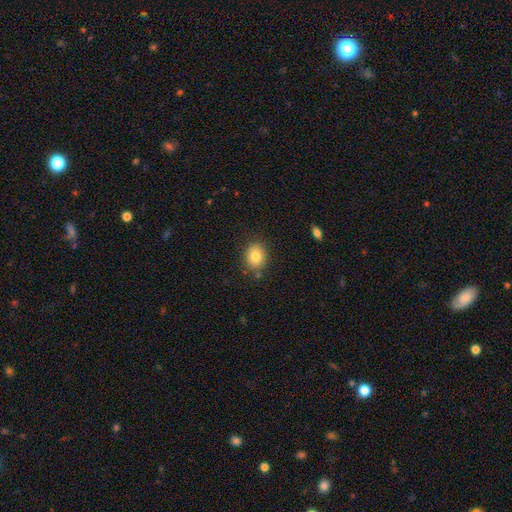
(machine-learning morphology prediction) smooth 83%, star or artifact 9%, featured or disk 8%. Down the decision tree: how rounded — round (61%); merging — none (84%).